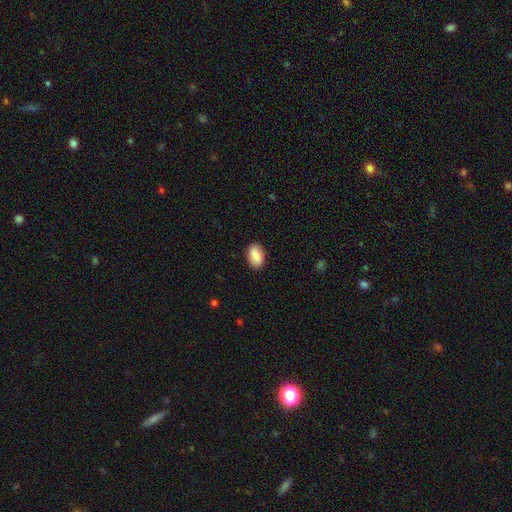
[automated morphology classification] smooth_or_featured: smooth (p=0.84) [alt: featured or disk p=0.09]
how_rounded: in between (p=0.91) [alt: round p=0.07]
merging: none (p=0.89) [alt: minor disturbance p=0.08]